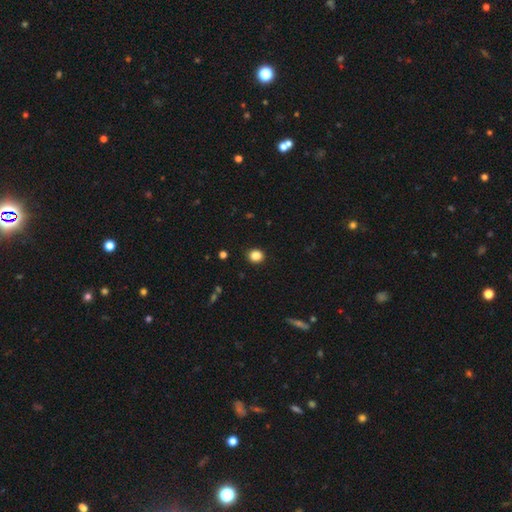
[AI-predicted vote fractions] smooth 86%, star or artifact 11%, featured or disk 3%. Down the decision tree: how rounded — round (81%); merging — none (91%).